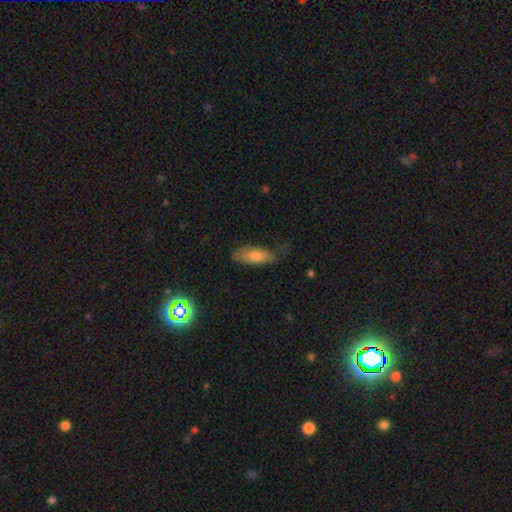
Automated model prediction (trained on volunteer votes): A smooth galaxy with no disk features (71%) that is in between round and cigar-shaped (68%). Merging: none (64%).